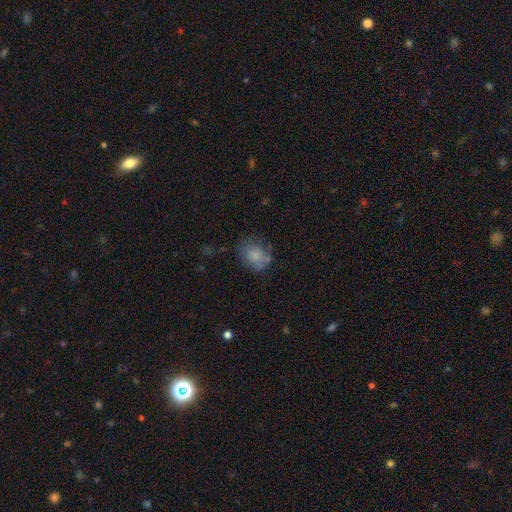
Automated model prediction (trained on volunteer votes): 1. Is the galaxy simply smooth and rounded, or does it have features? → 78% smooth, 12% featured or disk, 9% star or artifact.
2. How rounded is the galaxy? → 56% round, 43% in between, 1% cigar-shaped.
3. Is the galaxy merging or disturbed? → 60% none, 24% minor disturbance, 10% major disturbance, 7% merger.